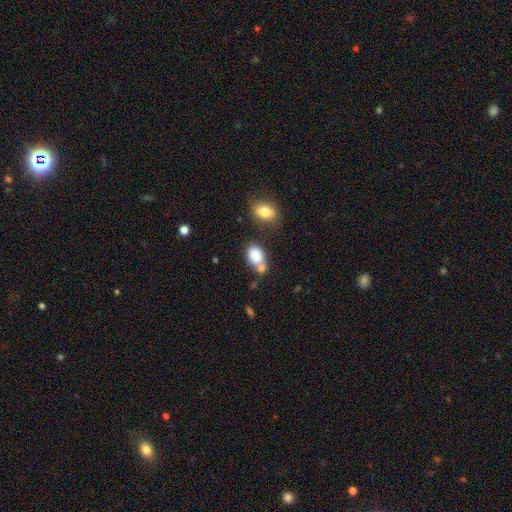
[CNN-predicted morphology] A smooth galaxy with no disk features (82%) that is in between round and cigar-shaped (78%).

Vote fractions:
- Smooth or featured? smooth: 82% / featured or disk: 10% / star or artifact: 8%
- How rounded? in between: 78% / round: 20% / cigar-shaped: 1%
- Merging? none: 41% / merger: 38% / minor disturbance: 15% / major disturbance: 6%